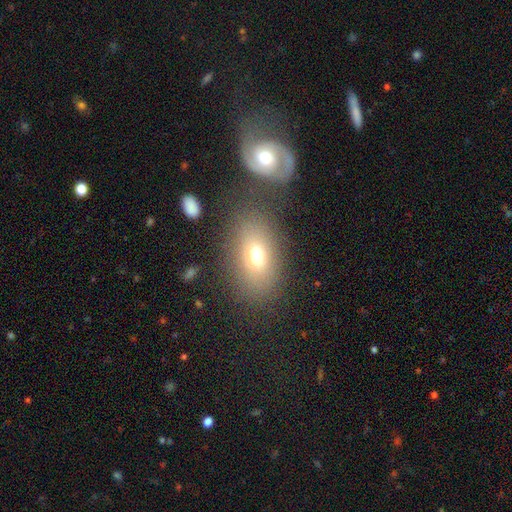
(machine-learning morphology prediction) This appears to be a smooth galaxy with no disk features (69%) that is in between round and cigar-shaped (80%). Merging: none (74%).